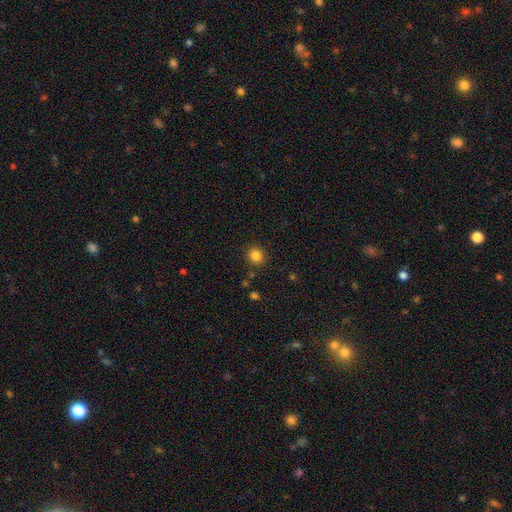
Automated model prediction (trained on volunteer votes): A smooth galaxy with no disk features (84%) that is round (86%). Merging: none (87%).